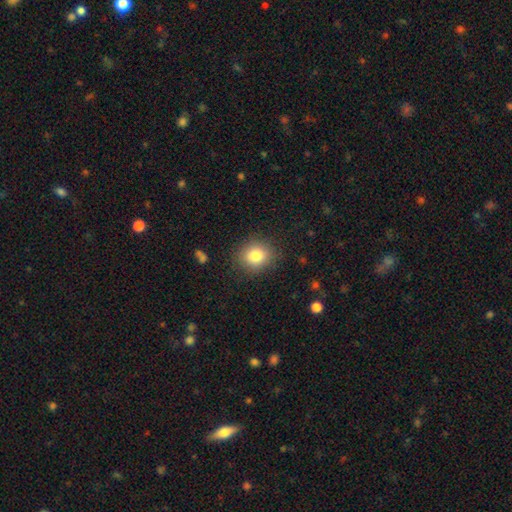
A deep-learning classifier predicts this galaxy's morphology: smooth-or-featured: smooth: 82% | star or artifact: 11% | featured or disk: 8%
  how-rounded: round: 73% | in between: 26% | cigar-shaped: 1%
  merging: none: 86% | minor disturbance: 10% | major disturbance: 3% | merger: 1%